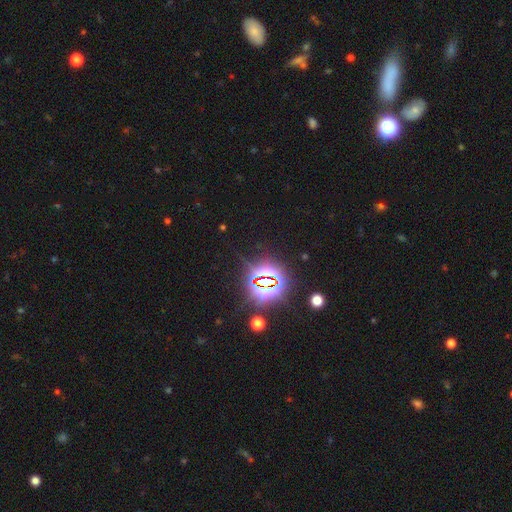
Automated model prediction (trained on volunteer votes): Smooth or featured?
  - star or artifact: 80% *
  - smooth: 14%
  - featured or disk: 6%